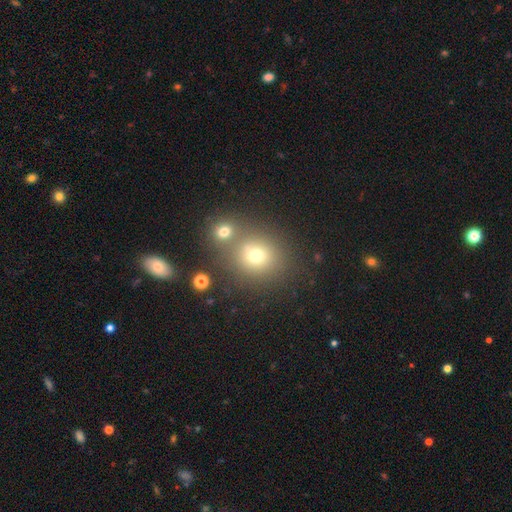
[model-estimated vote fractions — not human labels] smooth_or_featured: smooth (p=0.70) [alt: star or artifact p=0.18]
how_rounded: round (p=0.80) [alt: in between p=0.19]
merging: none (p=0.60) [alt: merger p=0.27]